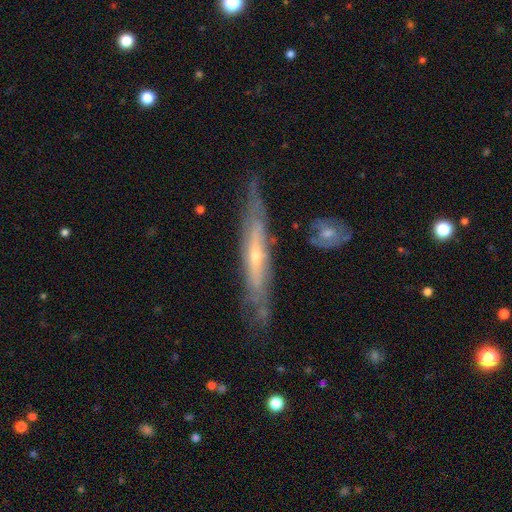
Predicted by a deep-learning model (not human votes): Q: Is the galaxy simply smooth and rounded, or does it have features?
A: featured or disk — 75%.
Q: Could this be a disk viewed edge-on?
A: yes — 71%.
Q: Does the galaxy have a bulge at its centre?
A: rounded — 61%.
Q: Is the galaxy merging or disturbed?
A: none — 73%.